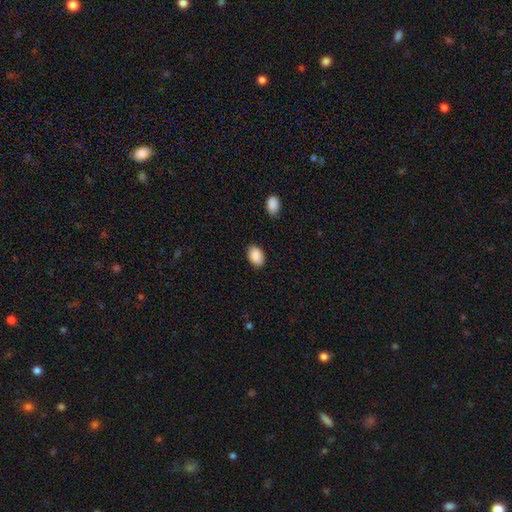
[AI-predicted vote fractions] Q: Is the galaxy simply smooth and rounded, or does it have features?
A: smooth — 90%.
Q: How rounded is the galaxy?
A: in between — 86%.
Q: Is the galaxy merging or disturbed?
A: none — 86%.